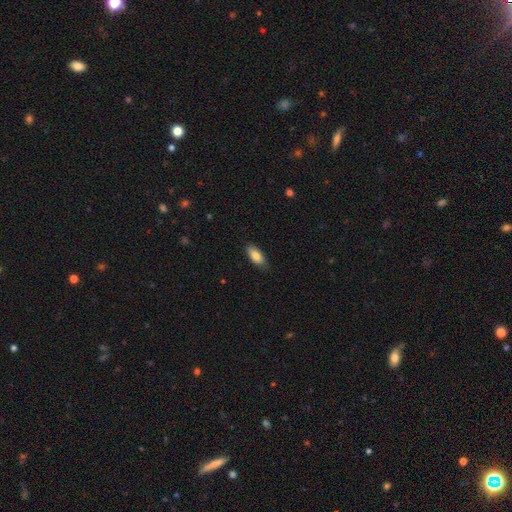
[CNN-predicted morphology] A smooth galaxy with no disk features (84%) that is in between round and cigar-shaped (86%). Merging: none (83%).